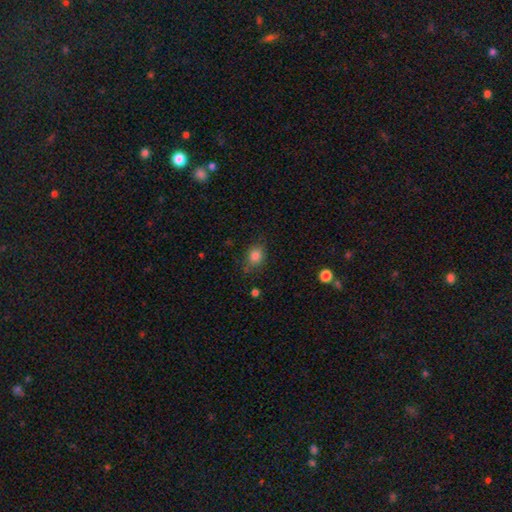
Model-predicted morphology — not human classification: smooth 84%, star or artifact 10%, featured or disk 6%. Down the decision tree: how rounded — round (51%); merging — none (74%).